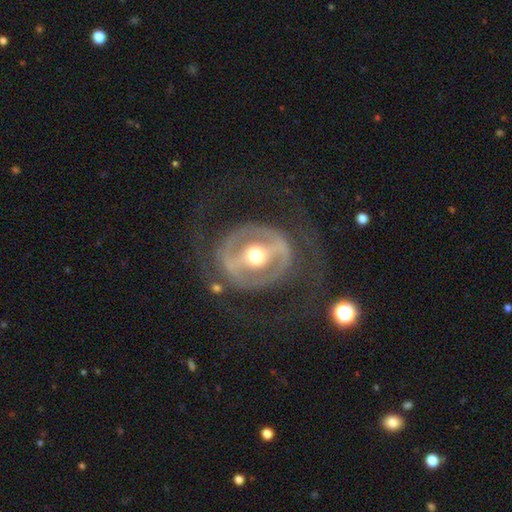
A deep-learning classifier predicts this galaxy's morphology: A featured or disk galaxy (80%) with a strong bar (57%), no spiral arms (54%) and a moderate central bulge (73%). Merging: none (64%).